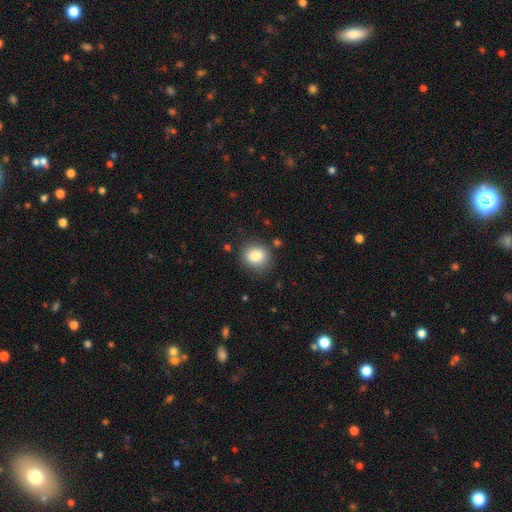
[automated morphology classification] The model was most divided on "how rounded": round: 72%, in between: 27%, cigar-shaped: 1%. More confident: smooth or featured — smooth (84%); merging — none (82%).